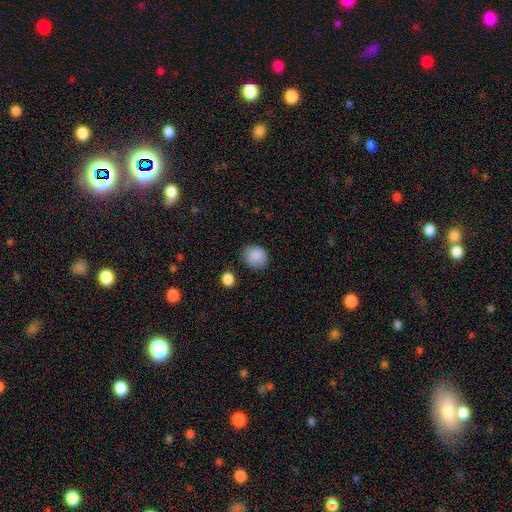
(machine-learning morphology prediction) Smooth or featured?
  - smooth: 87% *
  - star or artifact: 8%
  - featured or disk: 5%
How rounded?
  - round: 68% *
  - in between: 31%
  - cigar-shaped: 1%
Merging?
  - none: 73% *
  - minor disturbance: 20%
  - major disturbance: 5%
  - merger: 3%